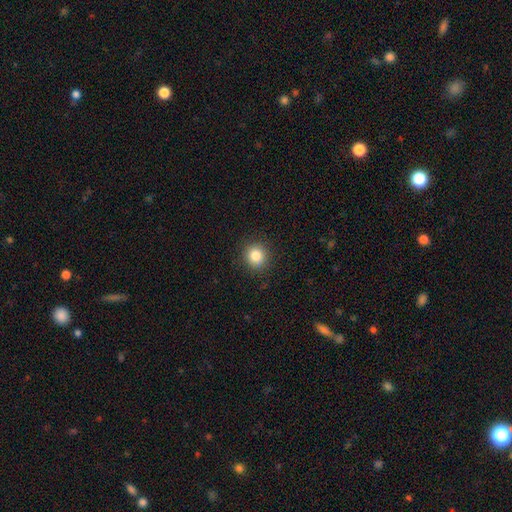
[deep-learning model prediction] Smooth or featured? smooth (83%)
How rounded? round (89%)
Merging? none (91%)